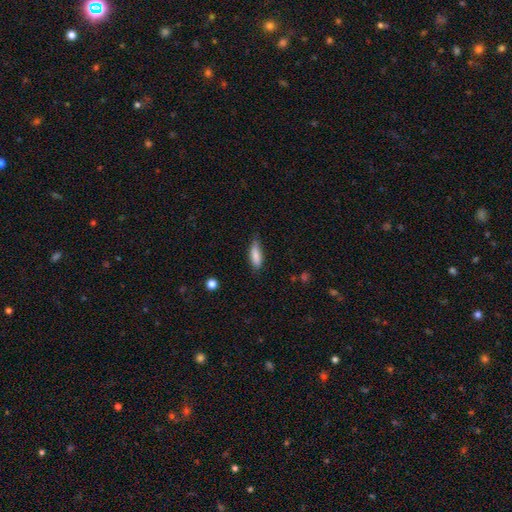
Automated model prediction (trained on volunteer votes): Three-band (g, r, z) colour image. It shows a smooth galaxy with no disk features (83%) that is in between round and cigar-shaped (52%). Merging: none (67%).